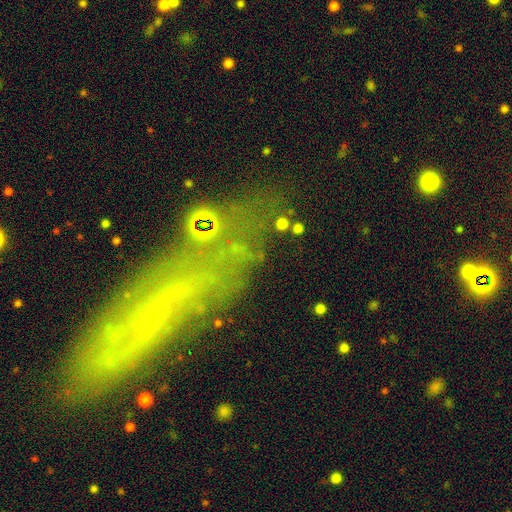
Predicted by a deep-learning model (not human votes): Smooth or featured? star or artifact (40%)